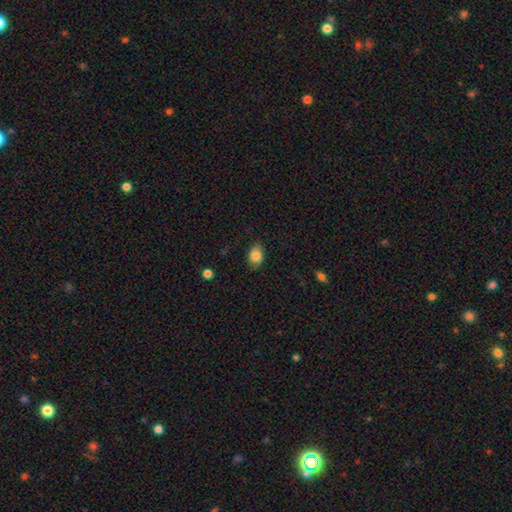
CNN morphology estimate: The model was most divided on "how rounded": in between: 78%, round: 21%, cigar-shaped: 1%. More confident: smooth or featured — smooth (83%); merging — none (79%).